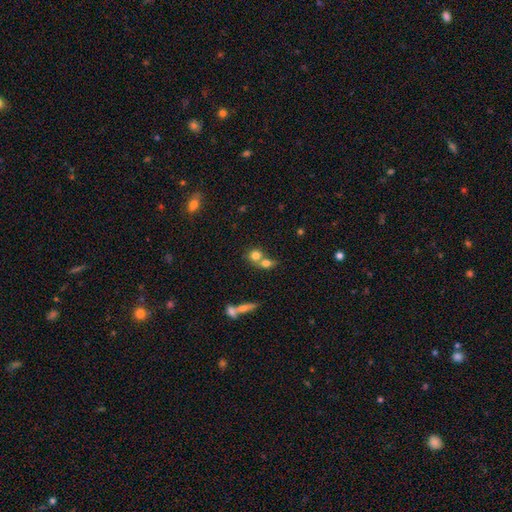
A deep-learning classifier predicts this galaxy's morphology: Overall: smooth (74%). How rounded: round (75%). Merging: merger (54%; none 35%).